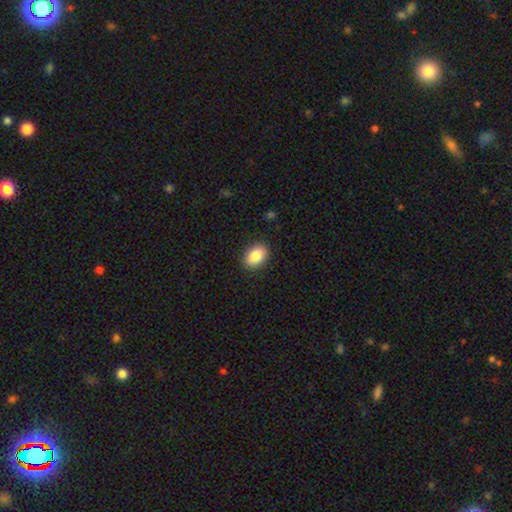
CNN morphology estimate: A smooth galaxy with no disk features (87%) that is in between round and cigar-shaped (85%). Merging: none (89%).